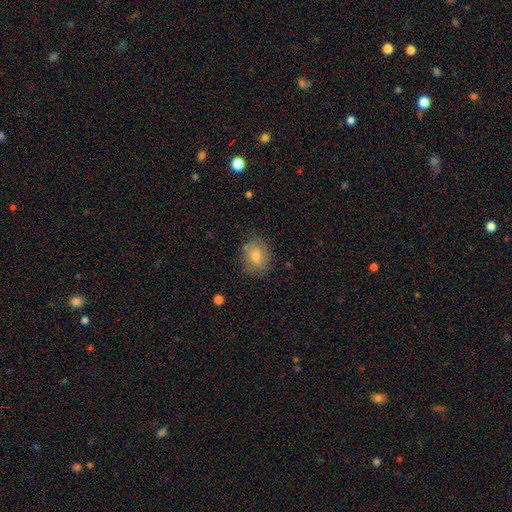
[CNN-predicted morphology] smooth_or_featured: smooth (p=0.62) [alt: featured or disk p=0.26]
how_rounded: round (p=0.52) [alt: in between p=0.47]
merging: none (p=0.79) [alt: minor disturbance p=0.16]